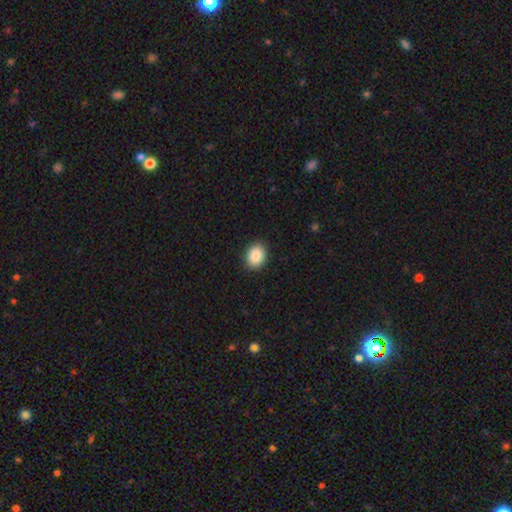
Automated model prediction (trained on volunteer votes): smooth 88%, star or artifact 8%, featured or disk 5%. Down the decision tree: how rounded — in between (54%); merging — none (91%).